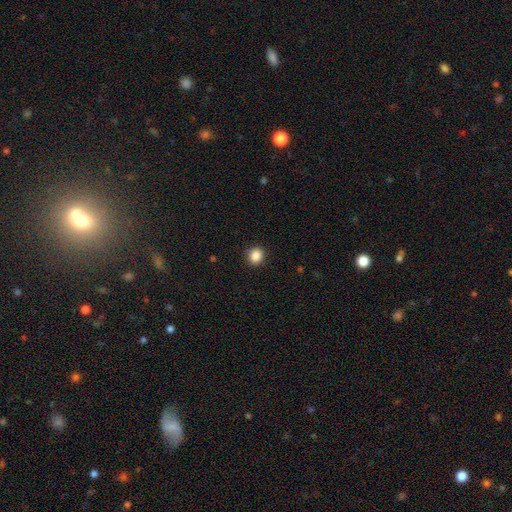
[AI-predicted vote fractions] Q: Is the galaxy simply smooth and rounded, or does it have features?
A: smooth — 87%.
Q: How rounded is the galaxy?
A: round — 83%.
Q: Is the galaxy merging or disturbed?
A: none — 91%.